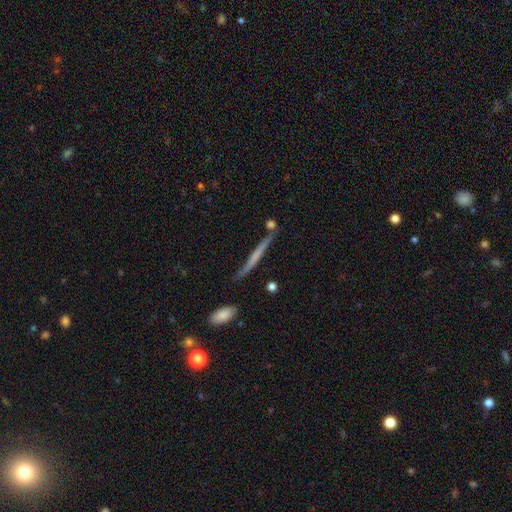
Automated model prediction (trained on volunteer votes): Smooth or featured? featured or disk (53%)
Edge-on disk? yes (95%)
Edge-on bulge? none (76%)
Merging? none (78%)